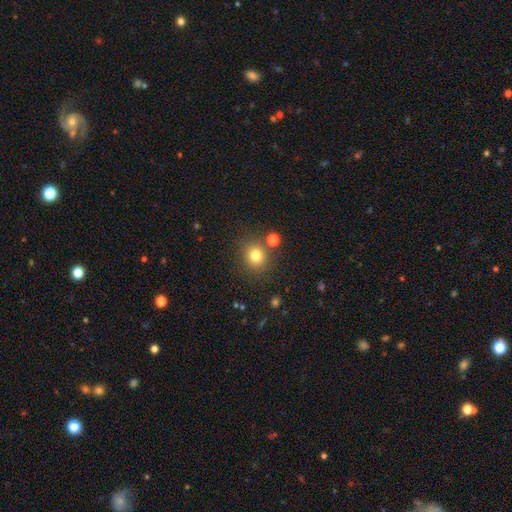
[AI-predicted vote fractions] This appears to be a smooth galaxy with no disk features (78%) that is round (84%). Merging: none (79%).